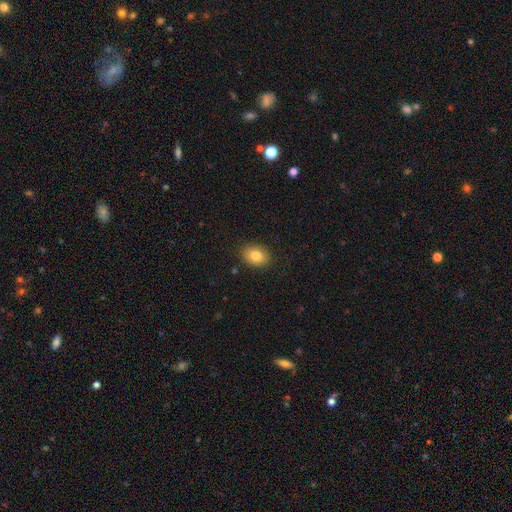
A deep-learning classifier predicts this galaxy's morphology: Overall: smooth (82%). How rounded: in between (65%; round 34%). Merging: none (88%).